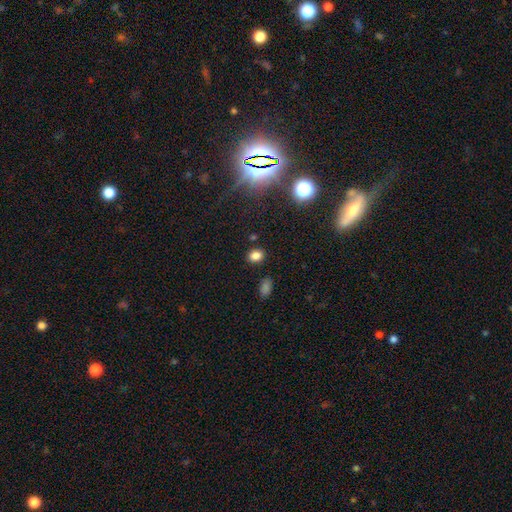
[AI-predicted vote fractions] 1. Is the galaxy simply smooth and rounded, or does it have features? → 79% smooth, 15% star or artifact, 6% featured or disk.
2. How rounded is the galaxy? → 56% in between, 43% round, 1% cigar-shaped.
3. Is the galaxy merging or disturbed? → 85% none, 9% minor disturbance, 3% merger, 3% major disturbance.